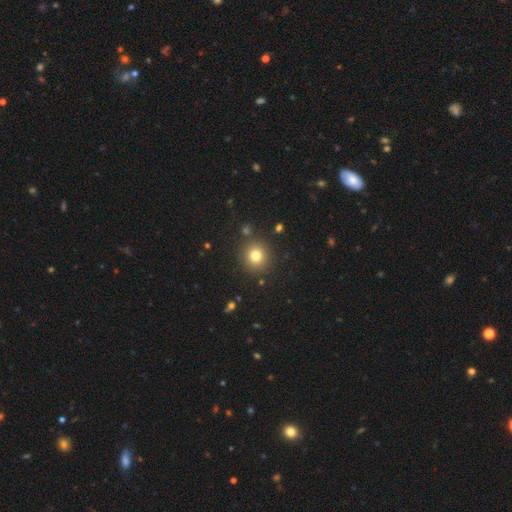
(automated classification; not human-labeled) A smooth galaxy with no disk features (78%) that is round (92%). Merging: none (88%).